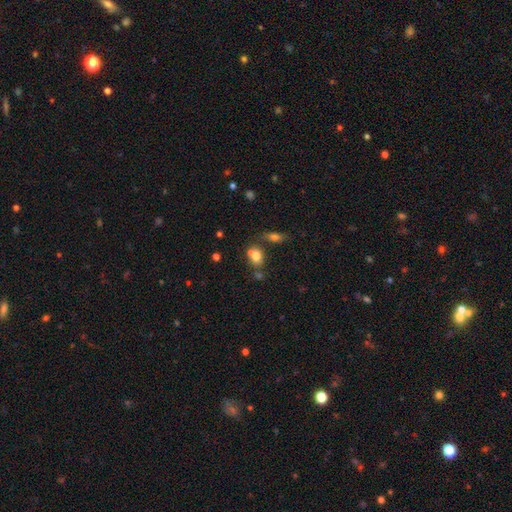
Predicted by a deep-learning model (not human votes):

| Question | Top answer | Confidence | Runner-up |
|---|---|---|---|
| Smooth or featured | smooth | 77% | featured or disk (13%) |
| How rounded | in between | 64% | round (34%) |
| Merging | none | 48% | merger (34%) |